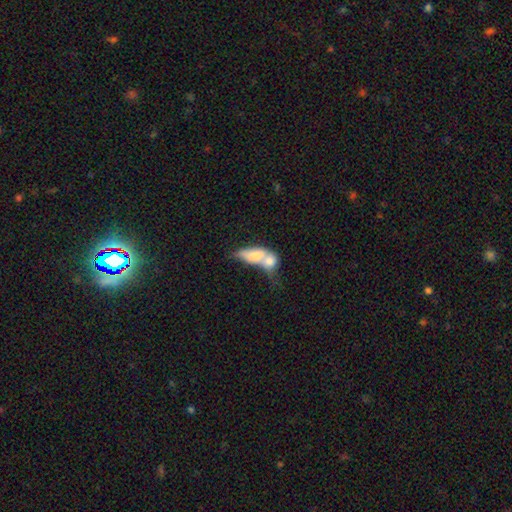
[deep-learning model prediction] Morphology: type=smooth (66%); roundness=in between (75%); merging=merger (75%).